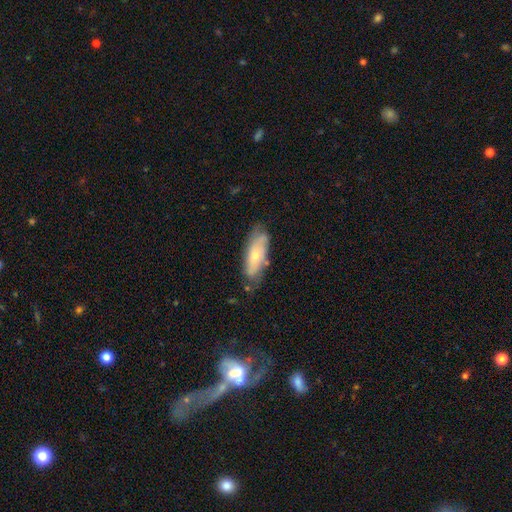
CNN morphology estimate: This appears to be a smooth galaxy with no disk features (52%) that is in between round and cigar-shaped (67%). Merging: none (66%).